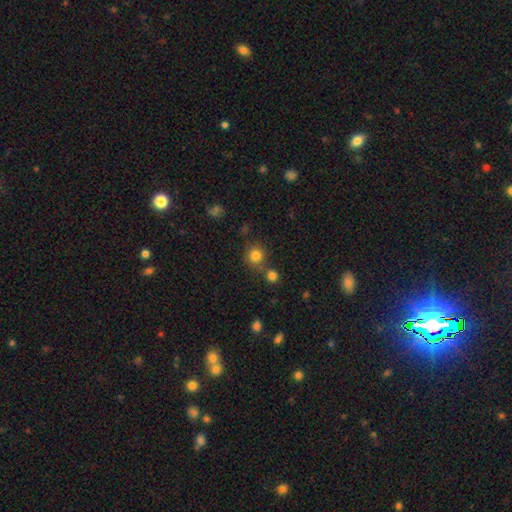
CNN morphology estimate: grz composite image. It shows a smooth galaxy with no disk features (81%) that is round (91%). Merging: none (67%).